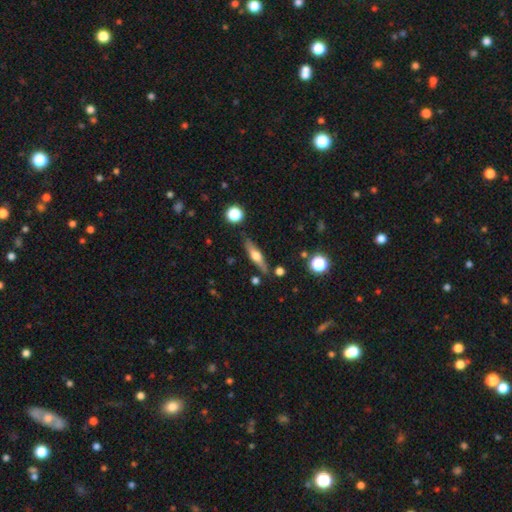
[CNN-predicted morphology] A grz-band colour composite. It shows a featured or disk galaxy (54%) viewed edge-on (92%). Merging: none (82%).